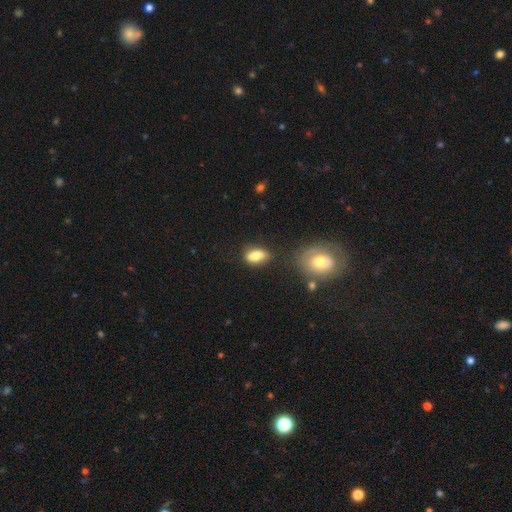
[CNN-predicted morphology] Q: Smooth or featured?
A: smooth (82%); runner-up: featured or disk (9%)
Q: How rounded?
A: in between (85%); runner-up: round (8%)
Q: Merging?
A: none (68%); runner-up: minor disturbance (21%)